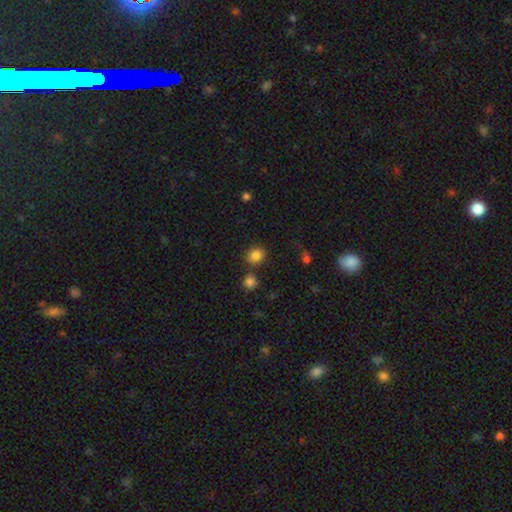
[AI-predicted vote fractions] Smooth or featured: smooth — 84% (star or artifact — 11%)
How rounded: round — 82% (in between — 17%)
Merging: none — 78% (merger — 10%)